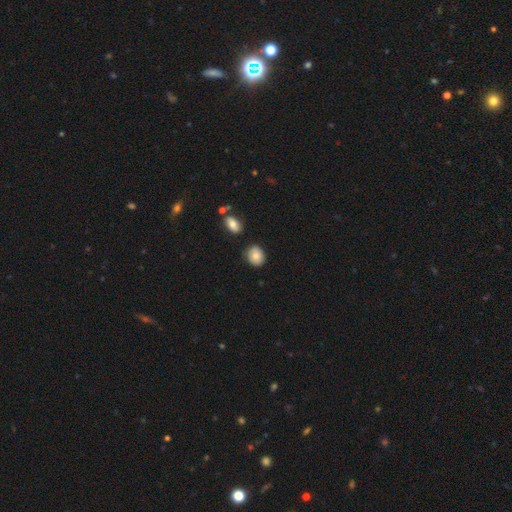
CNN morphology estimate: Smooth or featured?
  - smooth: 83% *
  - star or artifact: 9%
  - featured or disk: 8%
How rounded?
  - round: 61% *
  - in between: 38%
  - cigar-shaped: 1%
Merging?
  - none: 80% *
  - minor disturbance: 13%
  - merger: 4%
  - major disturbance: 3%